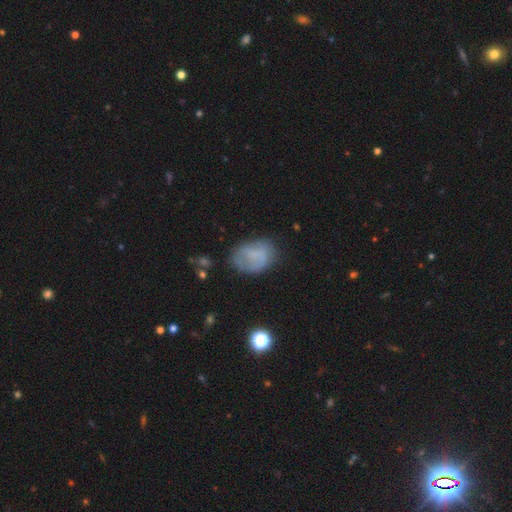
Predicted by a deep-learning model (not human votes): Overall: smooth (61%; featured or disk 28%). How rounded: in between (76%). Merging: none (54%; minor disturbance 28%).